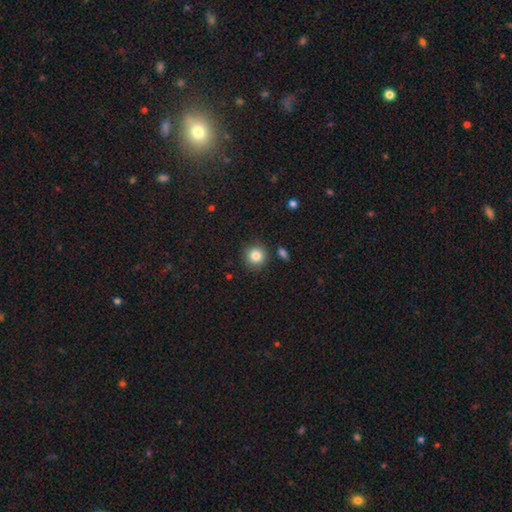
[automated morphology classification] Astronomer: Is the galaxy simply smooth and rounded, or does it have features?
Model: smooth — 84%.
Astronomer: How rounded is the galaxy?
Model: round — 92%.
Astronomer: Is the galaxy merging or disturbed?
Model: none — 87%.